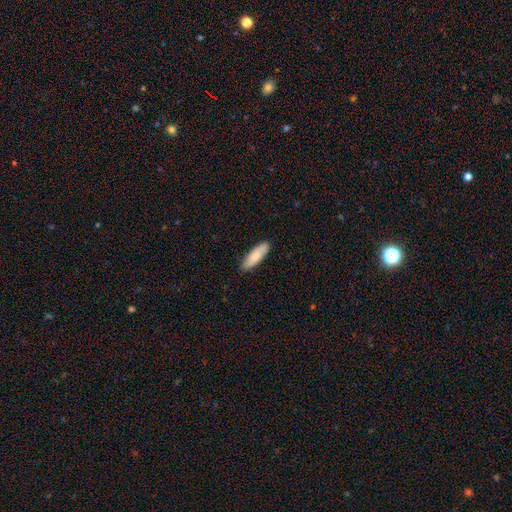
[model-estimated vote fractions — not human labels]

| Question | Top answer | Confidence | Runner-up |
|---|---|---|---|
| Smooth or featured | smooth | 83% | featured or disk (12%) |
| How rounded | cigar-shaped | 50% | in between (49%) |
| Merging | none | 88% | minor disturbance (10%) |